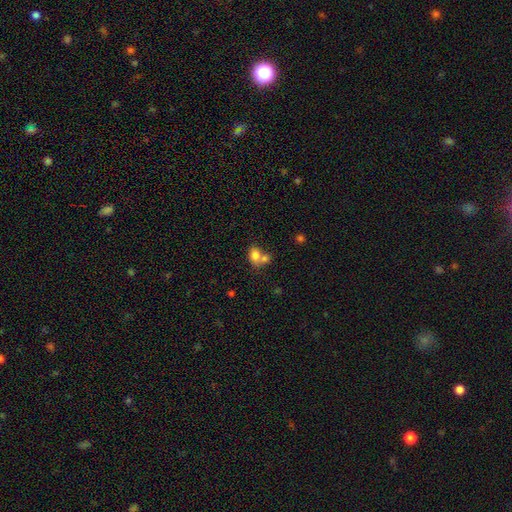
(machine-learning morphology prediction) Smooth or featured? Predicted: smooth (p=0.78). How rounded? Predicted: in between (p=0.62). Merging? Predicted: merger (p=0.51).